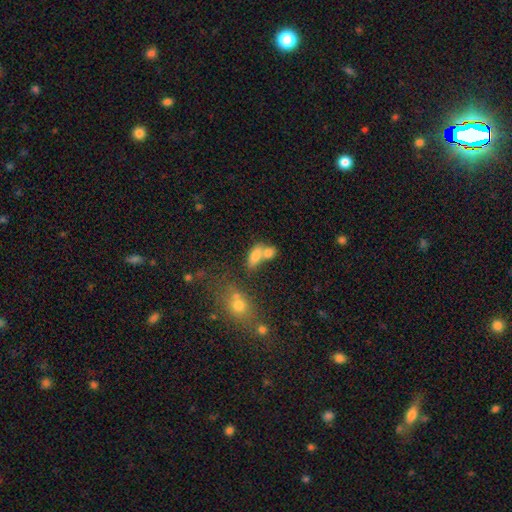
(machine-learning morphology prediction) A smooth galaxy with no disk features (73%) that is in between round and cigar-shaped (78%). Merging: merger (51%).